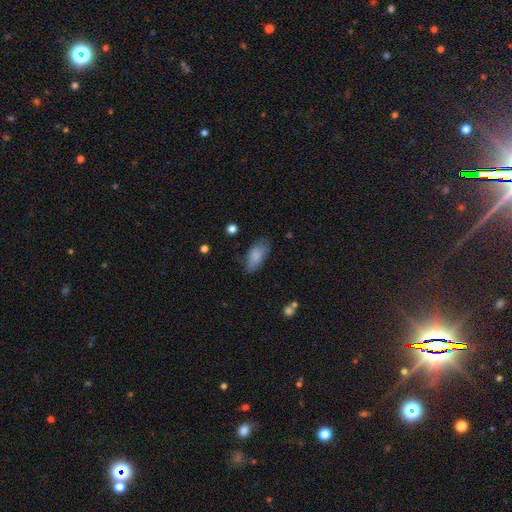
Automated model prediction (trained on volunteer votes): Smooth or featured: smooth — 83% (featured or disk — 10%)
How rounded: in between — 91% (cigar-shaped — 6%)
Merging: none — 65% (minor disturbance — 26%)